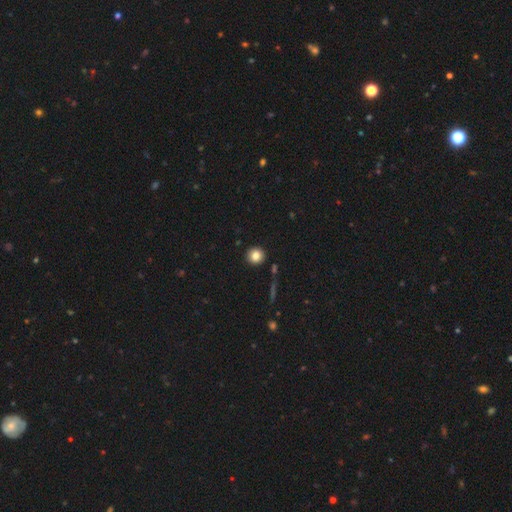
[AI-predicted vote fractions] smooth-or-featured: smooth: 83% | star or artifact: 10% | featured or disk: 7%
  how-rounded: round: 92% | in between: 7% | cigar-shaped: 1%
  merging: none: 91% | minor disturbance: 6% | merger: 2% | major disturbance: 2%